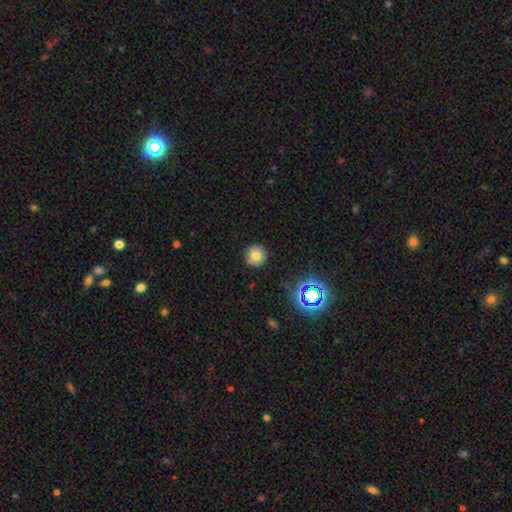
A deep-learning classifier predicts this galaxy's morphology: Smooth or featured? Predicted: smooth (p=0.76). How rounded? Predicted: round (p=0.95). Merging? Predicted: none (p=0.89).